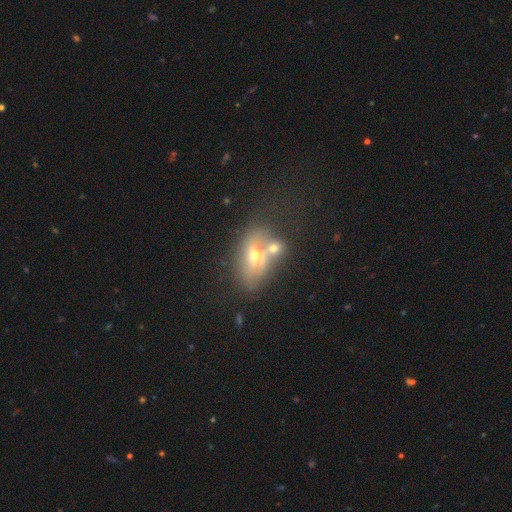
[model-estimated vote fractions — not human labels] This is possibly a smooth galaxy (48%). Merging: possibly merger (52%).